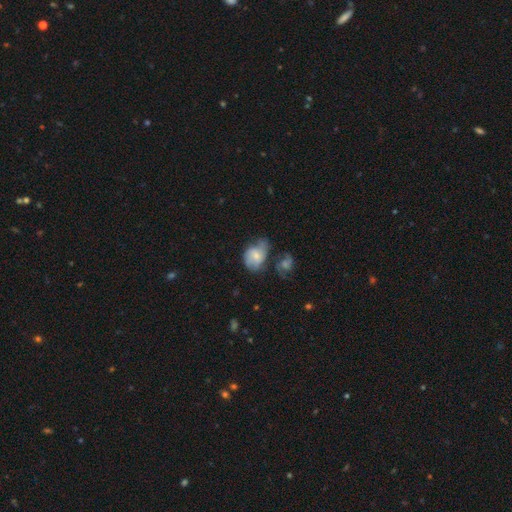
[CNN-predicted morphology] smooth 56%, featured or disk 36%, star or artifact 8%. Down the decision tree: how rounded — in between (66%); merging — none (35%).